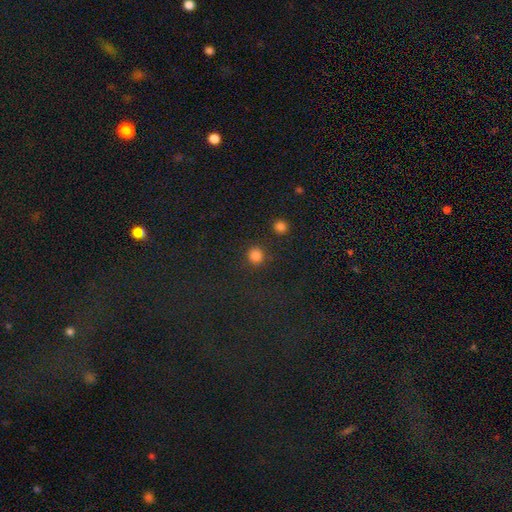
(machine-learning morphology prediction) Smooth or featured? Predicted: smooth (p=0.83). How rounded? Predicted: round (p=0.93). Merging? Predicted: none (p=0.87).